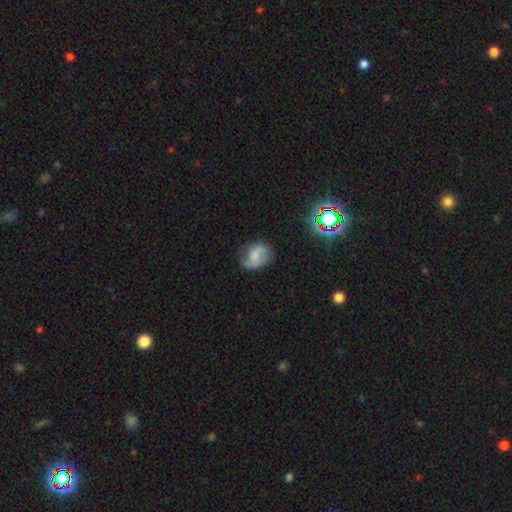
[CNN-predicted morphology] smooth_or_featured: smooth (p=0.50) [alt: featured or disk p=0.40]
merging: none (p=0.58) [alt: minor disturbance p=0.28]